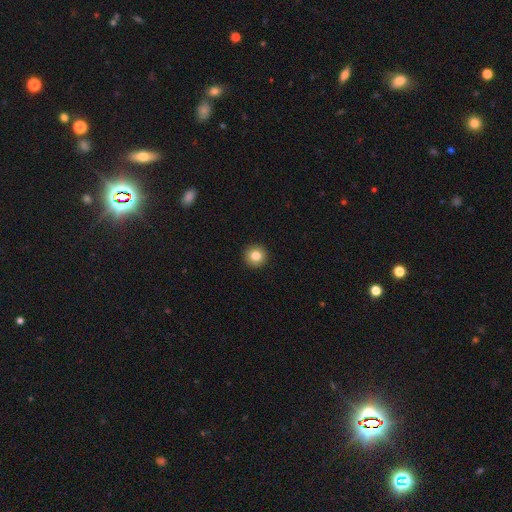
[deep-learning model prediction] Smooth or featured: smooth — 83% (star or artifact — 10%)
How rounded: round — 96% (in between — 3%)
Merging: none — 94% (minor disturbance — 4%)